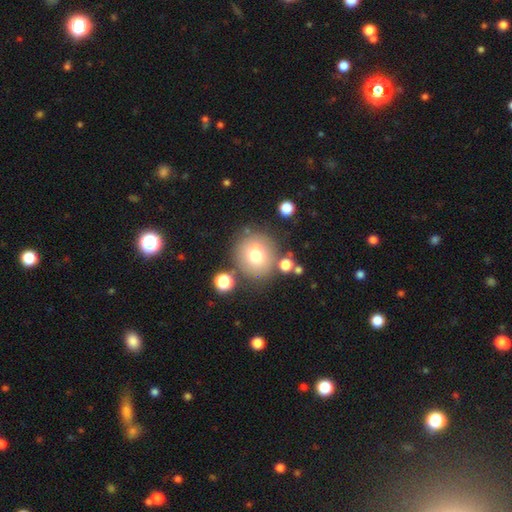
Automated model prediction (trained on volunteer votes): Q: Smooth or featured?
A: smooth (68%); runner-up: featured or disk (19%)
Q: How rounded?
A: round (90%); runner-up: in between (9%)
Q: Merging?
A: none (68%); runner-up: merger (15%)